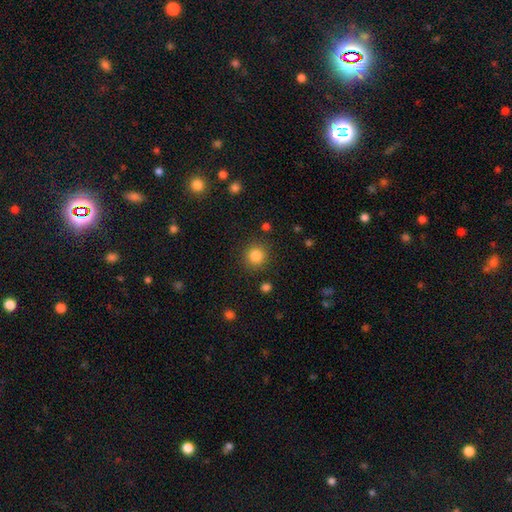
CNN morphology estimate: smooth_or_featured: smooth (p=0.84) [alt: star or artifact p=0.11]
how_rounded: round (p=0.93) [alt: in between p=0.07]
merging: none (p=0.89) [alt: minor disturbance p=0.07]